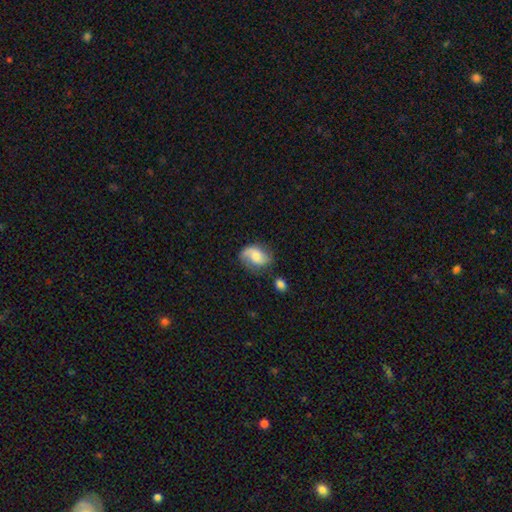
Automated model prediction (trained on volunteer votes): Smooth or featured? featured or disk (51%)
Edge-on disk? no (97%)
Merging? none (59%)